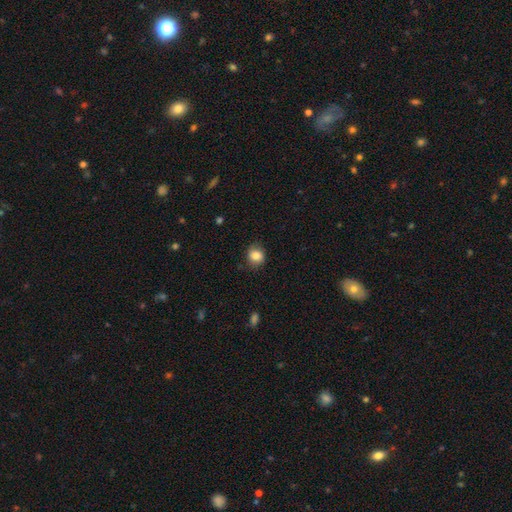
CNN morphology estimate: This appears to be a smooth galaxy with no disk features (84%) that is round (72%). Merging: none (79%).